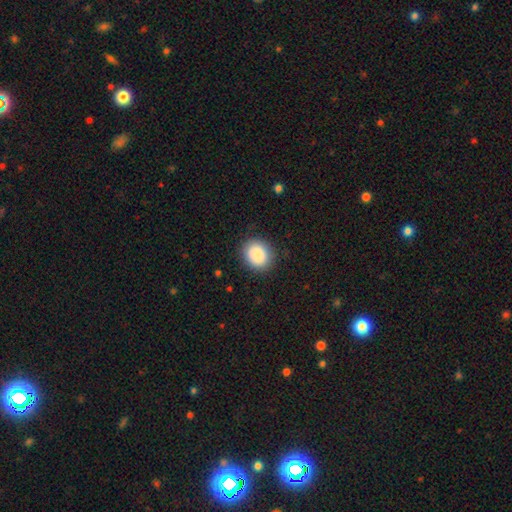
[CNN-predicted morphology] A smooth galaxy with no disk features (87%) that is round (70%).

Vote fractions:
- Smooth or featured? smooth: 87% / star or artifact: 8% / featured or disk: 5%
- How rounded? round: 70% / in between: 29% / cigar-shaped: 1%
- Merging? none: 88% / minor disturbance: 9% / major disturbance: 3% / merger: 1%